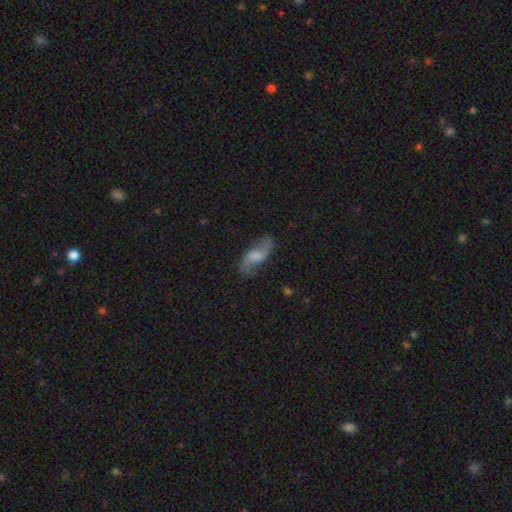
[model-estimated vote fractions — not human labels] Overall: featured or disk (65%; smooth 28%). Edge-on disk: no (92%). Bar: weak (51%; no 33%). Spiral arms: yes (91%). Spiral arm count: 2 (91%). Spiral winding: loose (72%). Bulge size: moderate (34%; small 26%). Merging: none (77%).